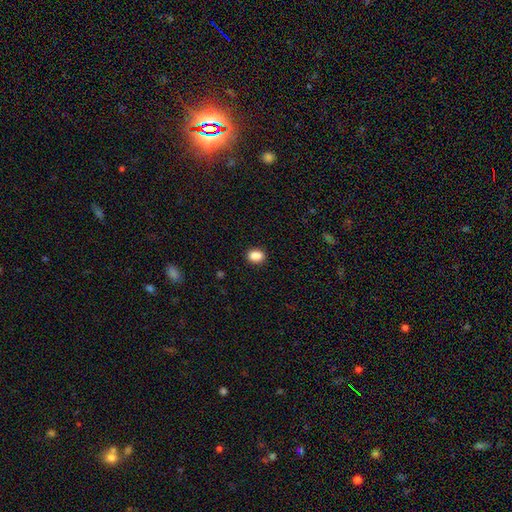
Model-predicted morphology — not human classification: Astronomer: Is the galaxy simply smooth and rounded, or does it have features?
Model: smooth — 88%.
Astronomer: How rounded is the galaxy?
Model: in between — 70%.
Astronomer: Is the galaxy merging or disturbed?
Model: none — 89%.